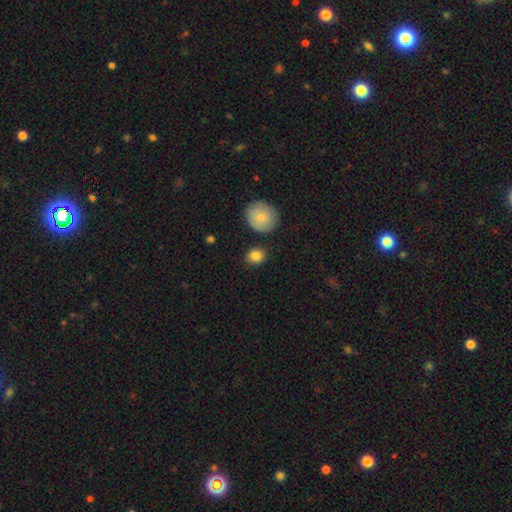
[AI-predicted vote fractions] Smooth or featured? smooth (85%)
How rounded? round (61%)
Merging? none (83%)